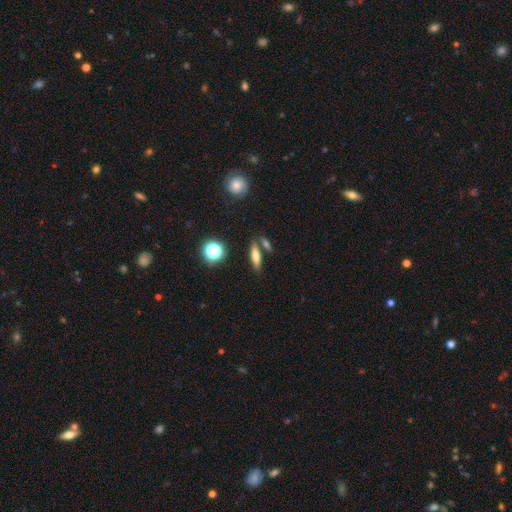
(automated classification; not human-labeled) Overall: smooth (63%; featured or disk 25%). How rounded: cigar-shaped (58%; in between 35%). Merging: none (74%).